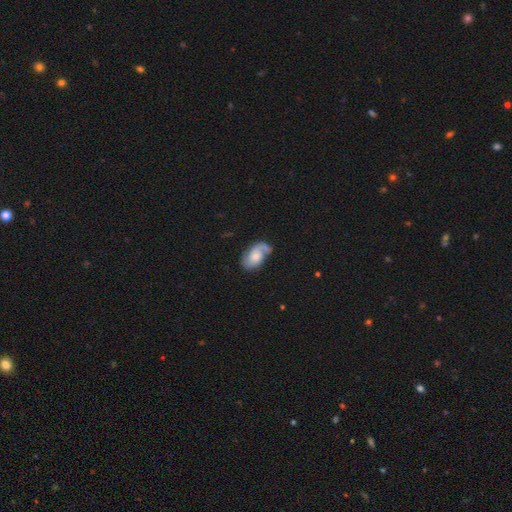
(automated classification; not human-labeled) featured or disk 58%, smooth 35%, star or artifact 7%. Down the decision tree: edge-on disk — no (96%); bar — no (66%); spiral arms — yes (88%); bulge size — moderate (39%); merging — none (53%).